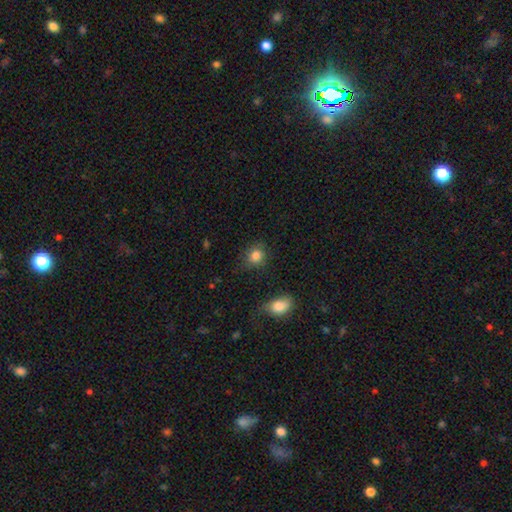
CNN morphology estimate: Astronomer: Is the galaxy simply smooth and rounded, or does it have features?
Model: smooth — 85%.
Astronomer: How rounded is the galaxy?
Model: round — 69%.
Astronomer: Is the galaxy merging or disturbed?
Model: none — 72%.